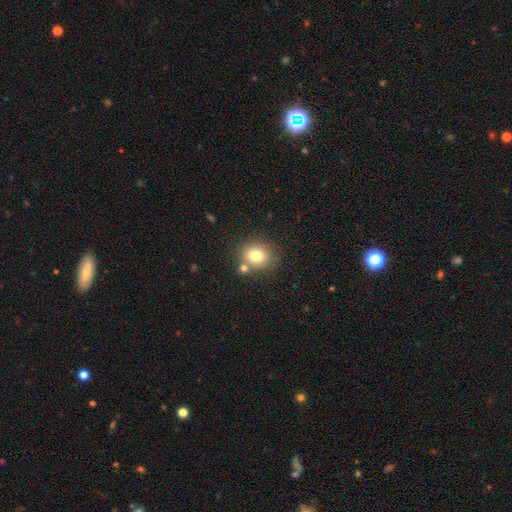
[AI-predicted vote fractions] A smooth galaxy with no disk features (77%) that is round (73%).

Vote fractions:
- Smooth or featured? smooth: 77% / star or artifact: 12% / featured or disk: 11%
- How rounded? round: 73% / in between: 26% / cigar-shaped: 1%
- Merging? none: 69% / merger: 17% / minor disturbance: 11% / major disturbance: 4%